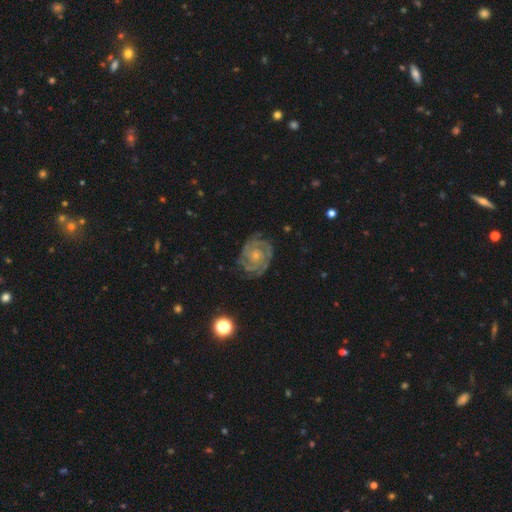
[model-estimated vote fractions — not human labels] Smooth or featured? Predicted: featured or disk (p=0.89). Edge-on disk? Predicted: no (p=0.98). Bar? Predicted: no (p=0.76). Spiral arms? Predicted: yes (p=0.98). Spiral winding? Predicted: tight (p=0.72). Spiral arm count? Predicted: 2 (p=0.32). Bulge size? Predicted: small (p=0.65). Merging? Predicted: none (p=0.78).